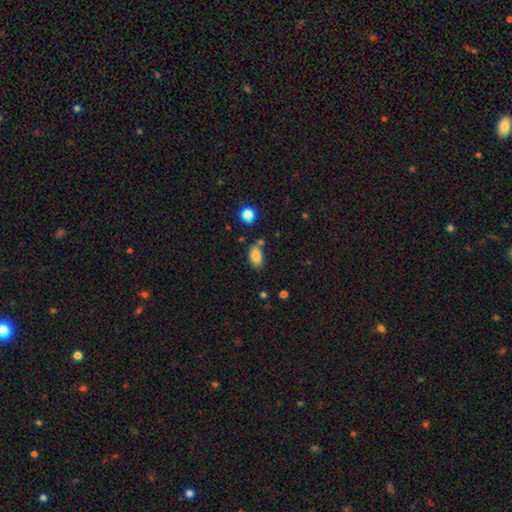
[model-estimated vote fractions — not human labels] smooth-or-featured: smooth: 84% | star or artifact: 10% | featured or disk: 6%
  how-rounded: in between: 90% | round: 7% | cigar-shaped: 3%
  merging: none: 69% | minor disturbance: 19% | merger: 8% | major disturbance: 4%